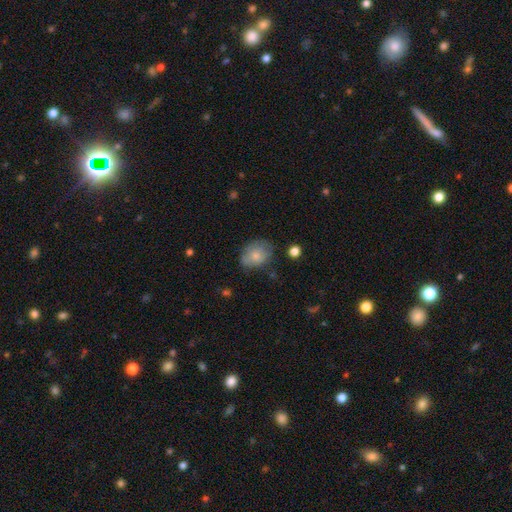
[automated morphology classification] This appears to be a smooth galaxy with no disk features (76%) that is in between round and cigar-shaped (67%). Merging: none (62%).